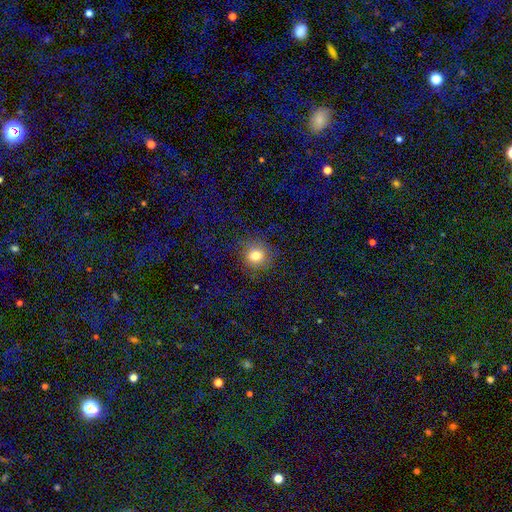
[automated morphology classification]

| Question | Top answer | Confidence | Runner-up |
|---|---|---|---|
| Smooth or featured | smooth | 76% | star or artifact (16%) |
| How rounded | round | 91% | in between (8%) |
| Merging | none | 81% | minor disturbance (10%) |